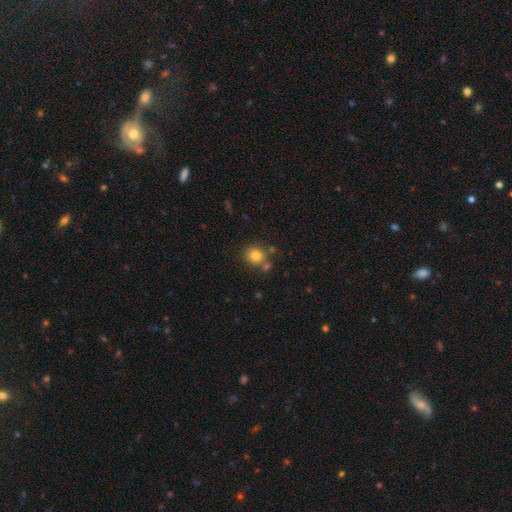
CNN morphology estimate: smooth 79%, star or artifact 12%, featured or disk 9%. Down the decision tree: how rounded — round (87%); merging — none (70%).